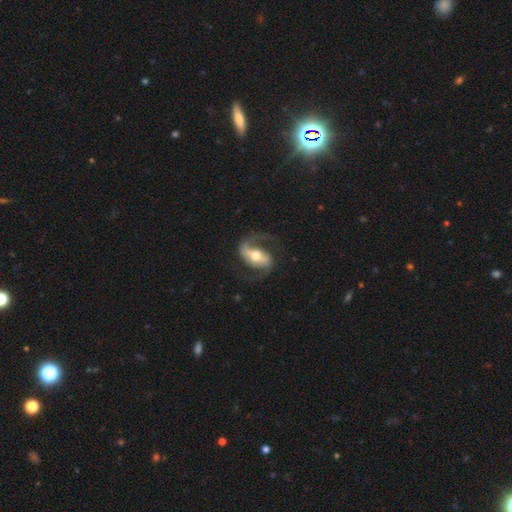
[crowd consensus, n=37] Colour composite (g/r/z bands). It shows a featured or disk galaxy (86%) with a strong bar (45%), 2 (97%) medium (47%, tied with loose) spiral arms (97%) and a moderate central bulge (87%). Merging: none (75%).